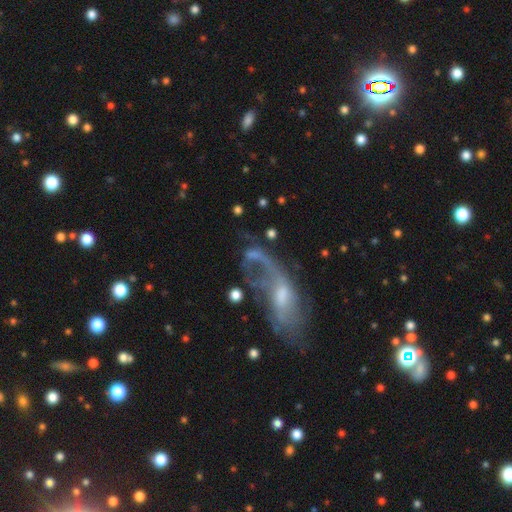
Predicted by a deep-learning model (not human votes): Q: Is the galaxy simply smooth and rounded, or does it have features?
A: featured or disk — 57%.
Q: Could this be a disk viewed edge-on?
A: no — 91%.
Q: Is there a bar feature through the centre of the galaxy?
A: no — 57%.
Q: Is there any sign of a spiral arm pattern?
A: yes — 56%.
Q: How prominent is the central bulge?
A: moderate — 36%.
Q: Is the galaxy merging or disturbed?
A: major disturbance — 37%.